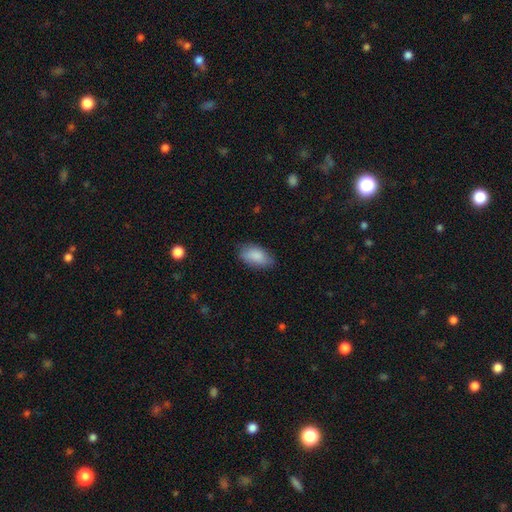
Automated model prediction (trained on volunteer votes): Smooth or featured: smooth — 87% (featured or disk — 6%)
How rounded: in between — 93% (cigar-shaped — 4%)
Merging: none — 76% (minor disturbance — 19%)